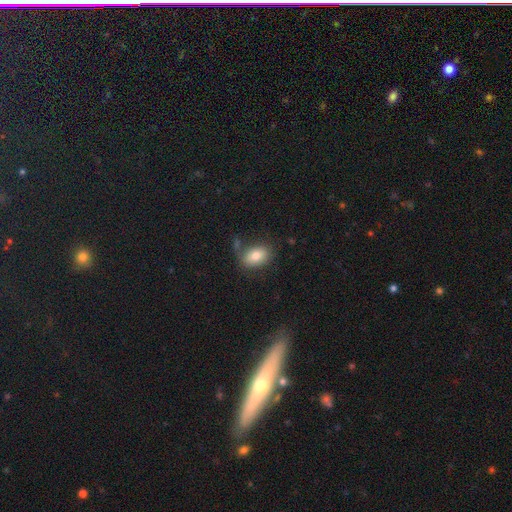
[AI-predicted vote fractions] This is likely a smooth galaxy (79%). How rounded: clearly in between (85%). Merging: likely none (66%).